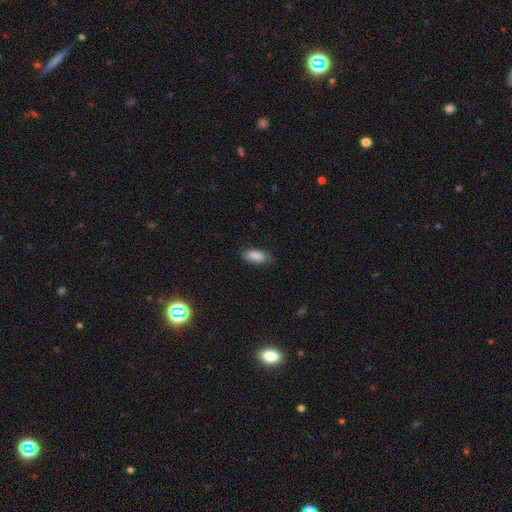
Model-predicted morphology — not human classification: This is clearly a smooth galaxy (86%). How rounded: clearly in between (89%). Merging: likely none (69%).